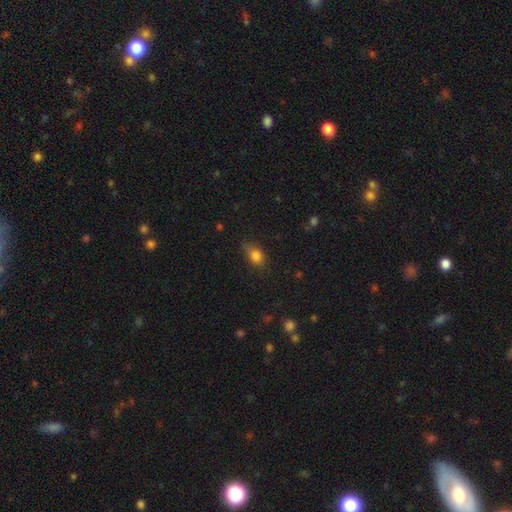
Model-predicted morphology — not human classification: smooth_or_featured: smooth (p=0.82) [alt: star or artifact p=0.10]
how_rounded: in between (p=0.69) [alt: round p=0.27]
merging: none (p=0.56) [alt: minor disturbance p=0.33]